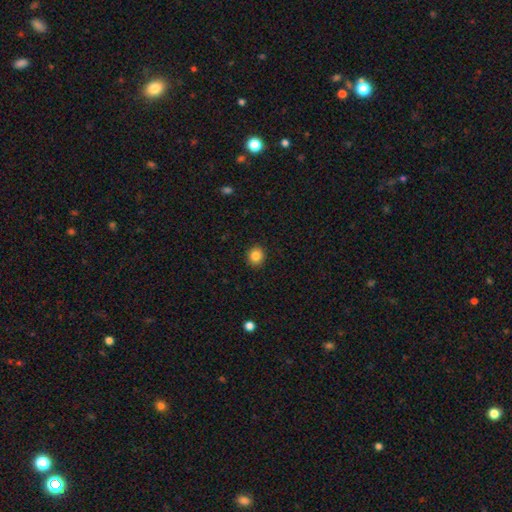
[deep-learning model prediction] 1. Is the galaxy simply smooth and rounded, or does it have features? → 84% smooth, 10% star or artifact, 5% featured or disk.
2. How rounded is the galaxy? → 81% round, 18% in between, 1% cigar-shaped.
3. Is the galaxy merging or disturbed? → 92% none, 6% minor disturbance, 2% major disturbance, 1% merger.